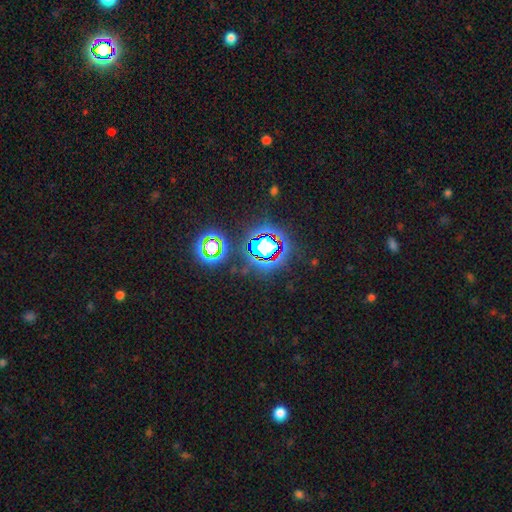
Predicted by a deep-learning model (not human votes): Smooth or featured?
  - star or artifact: 80% *
  - smooth: 12%
  - featured or disk: 8%